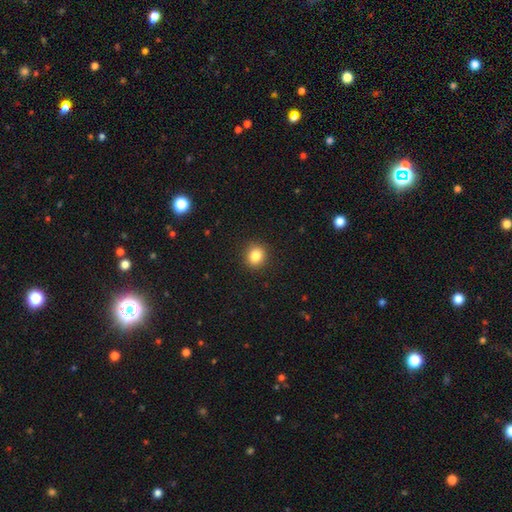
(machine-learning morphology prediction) The model was most divided on "how rounded": round: 77%, in between: 22%, cigar-shaped: 1%. More confident: merging — none (91%); smooth or featured — smooth (84%).